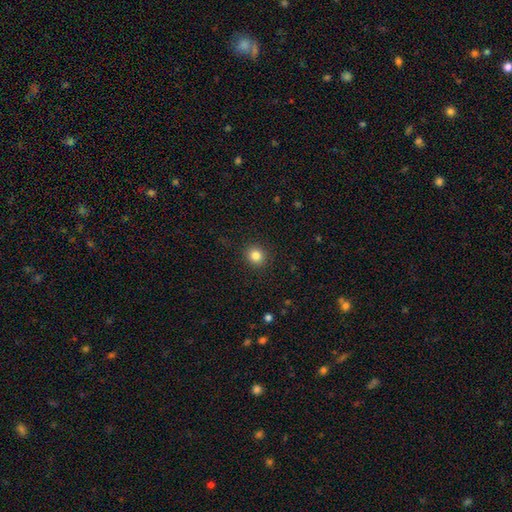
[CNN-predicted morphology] This appears to be a smooth galaxy with no disk features (83%) that is round (88%). Merging: none (91%).